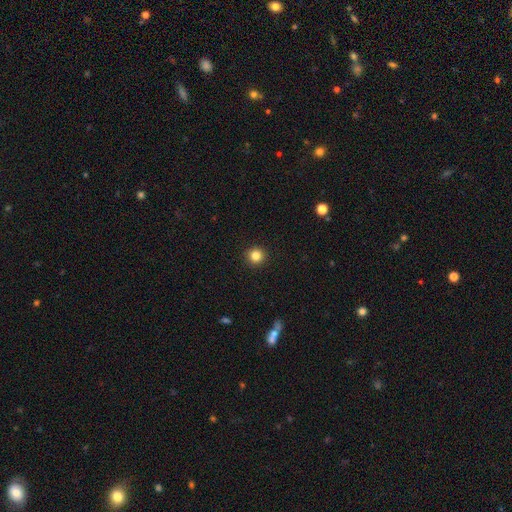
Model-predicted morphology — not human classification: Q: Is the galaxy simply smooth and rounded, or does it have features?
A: smooth — 84%.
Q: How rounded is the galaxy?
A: round — 95%.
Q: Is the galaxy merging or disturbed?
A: none — 93%.